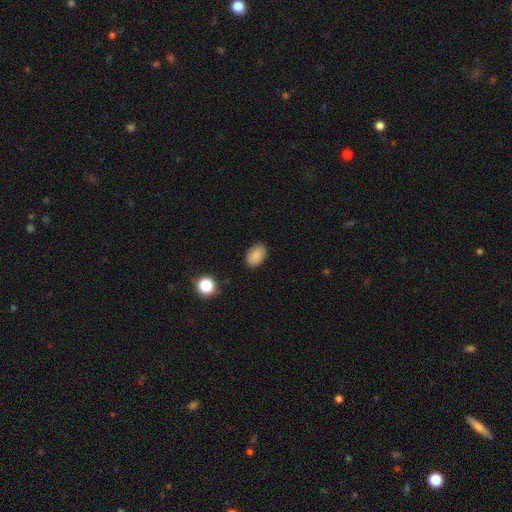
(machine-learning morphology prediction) The model was most divided on "how rounded": in between: 85%, round: 14%, cigar-shaped: 1%. More confident: smooth or featured — smooth (87%); merging — none (86%).